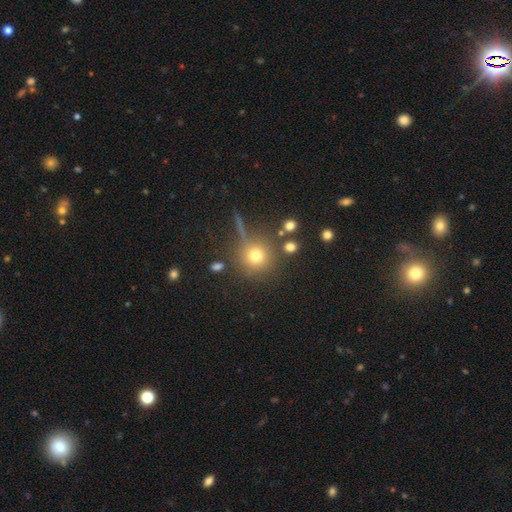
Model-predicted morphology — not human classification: Smooth or featured?
  - smooth: 73% *
  - star or artifact: 17%
  - featured or disk: 11%
How rounded?
  - round: 93% *
  - in between: 6%
  - cigar-shaped: 1%
Merging?
  - none: 76% *
  - minor disturbance: 10%
  - merger: 8%
  - major disturbance: 5%